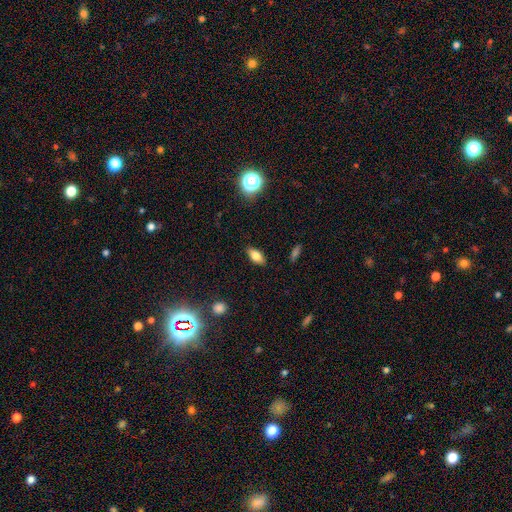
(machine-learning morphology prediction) This is likely a smooth galaxy (77%). How rounded: clearly in between (87%). Merging: clearly none (87%).